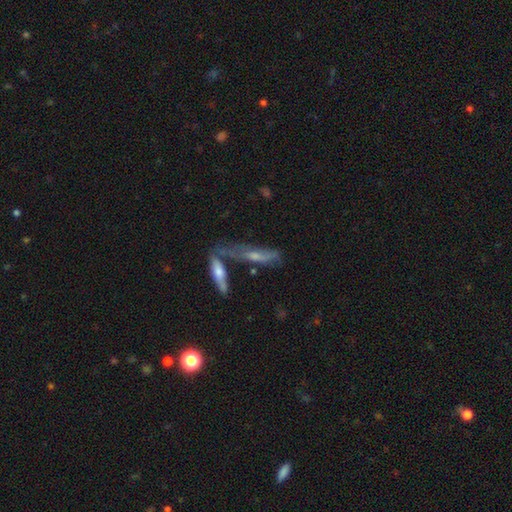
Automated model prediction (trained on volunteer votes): smooth_or_featured: featured or disk (p=0.53) [alt: smooth p=0.36]
disk_edge_on: yes (p=0.71) [alt: no p=0.29]
merging: none (p=0.49) [alt: merger p=0.27]